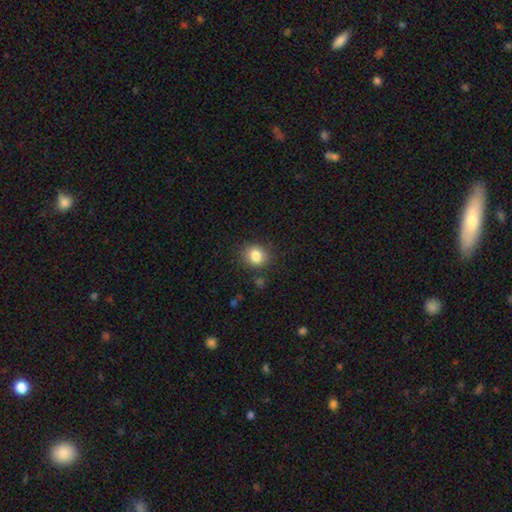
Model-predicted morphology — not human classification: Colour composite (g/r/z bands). It shows a smooth galaxy with no disk features (84%) that is round (74%). Merging: none (83%).